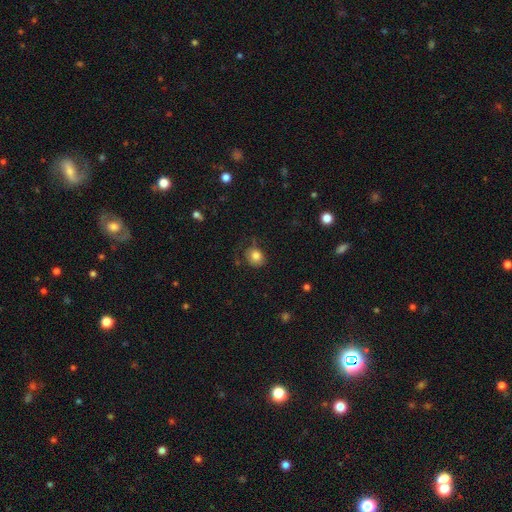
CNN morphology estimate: Smooth or featured: smooth — 80% (featured or disk — 10%)
How rounded: round — 66% (in between — 33%)
Merging: none — 63% (minor disturbance — 24%)